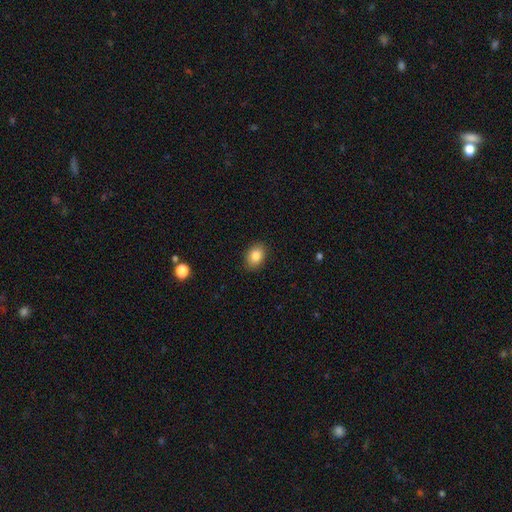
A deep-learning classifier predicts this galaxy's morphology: A smooth galaxy with no disk features (85%) that is in between round and cigar-shaped (70%).

Vote fractions:
- Smooth or featured? smooth: 85% / star or artifact: 8% / featured or disk: 7%
- How rounded? in between: 70% / round: 29% / cigar-shaped: 1%
- Merging? none: 88% / minor disturbance: 9% / major disturbance: 2% / merger: 1%